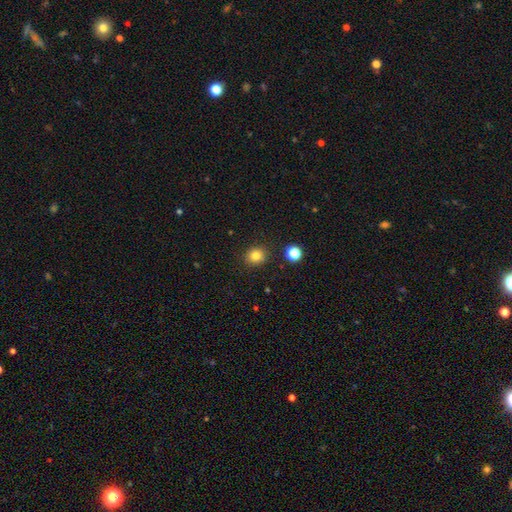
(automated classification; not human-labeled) A smooth galaxy with no disk features (81%) that is round (81%). Merging: none (88%).